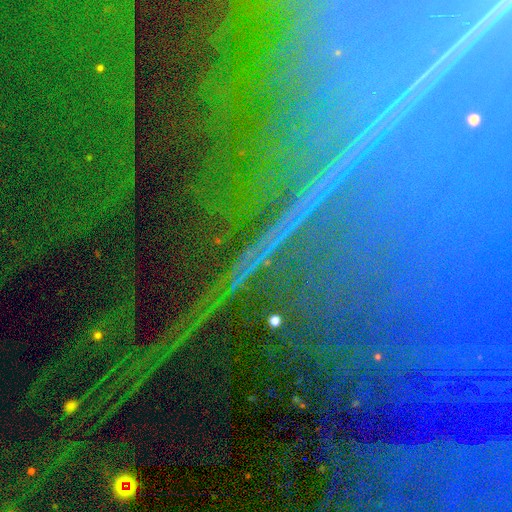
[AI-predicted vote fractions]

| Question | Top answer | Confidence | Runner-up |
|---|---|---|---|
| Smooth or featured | star or artifact | 85% | featured or disk (10%) |